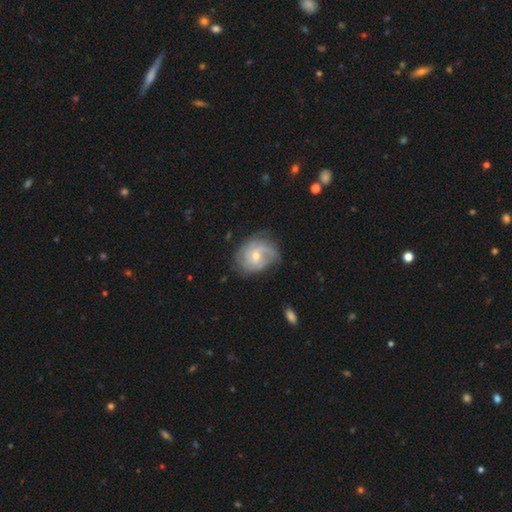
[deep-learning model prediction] Overall: featured or disk (72%). Edge-on disk: no (97%). Bar: no (62%; weak 33%). Spiral arms: yes (89%). Spiral arm count: can't tell (34%; 2 30%). Spiral winding: tight (46%; medium 36%). Bulge size: small (49%; moderate 48%). Merging: none (62%; minor disturbance 26%).